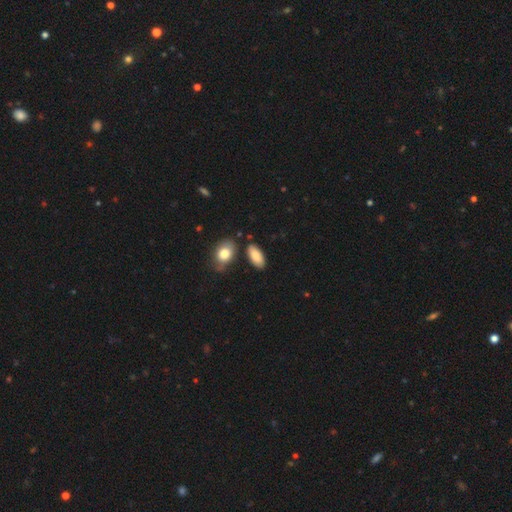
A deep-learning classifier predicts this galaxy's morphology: Overall: smooth (85%). How rounded: in between (91%). Merging: none (80%).